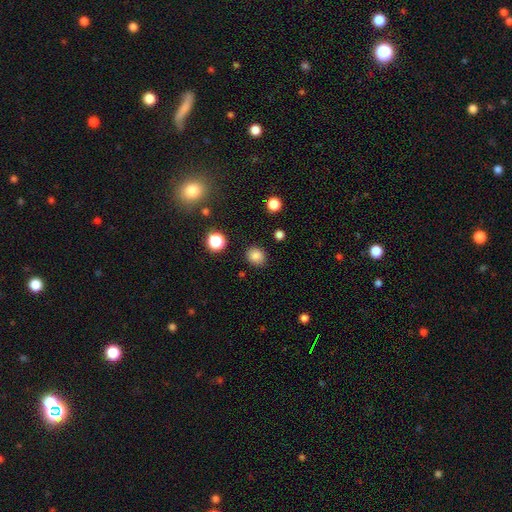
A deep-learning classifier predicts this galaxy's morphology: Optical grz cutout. It shows a smooth galaxy with no disk features (83%) that is round (79%). Merging: none (88%).